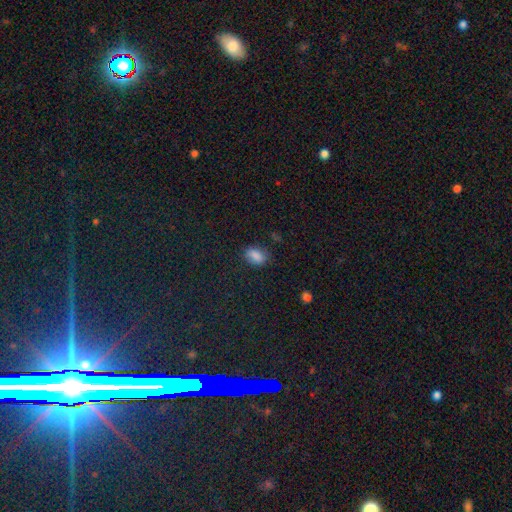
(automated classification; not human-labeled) Morphology: type=smooth (82%); roundness=in between (83%); merging=none (73%).